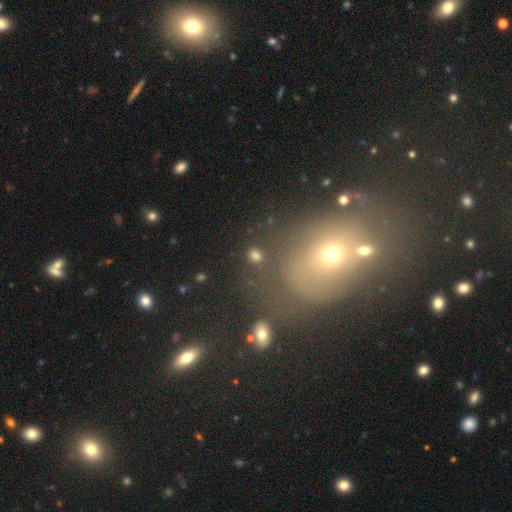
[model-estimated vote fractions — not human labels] Q: Smooth or featured?
A: smooth (71%); runner-up: star or artifact (19%)
Q: How rounded?
A: round (70%); runner-up: in between (28%)
Q: Merging?
A: none (76%); runner-up: minor disturbance (10%)